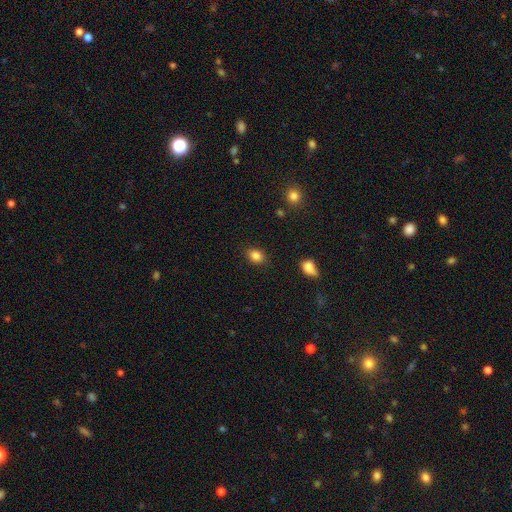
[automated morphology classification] smooth 85%, star or artifact 10%, featured or disk 5%. Down the decision tree: how rounded — in between (63%); merging — none (85%).